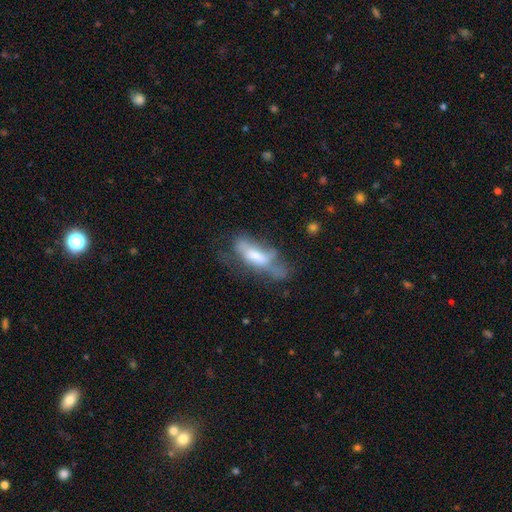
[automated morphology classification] Smooth or featured?
  - smooth: 45% * (tied)
  - featured or disk: 45% * (tied)
  - star or artifact: 10%
Merging?
  - major disturbance: 36% *
  - none: 30%
  - minor disturbance: 24%
  - merger: 9%